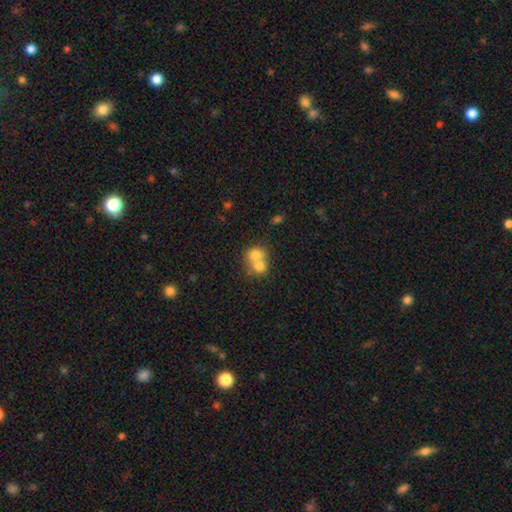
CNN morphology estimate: smooth 73%, featured or disk 17%, star or artifact 10%. Down the decision tree: how rounded — round (70%); merging — merger (69%).